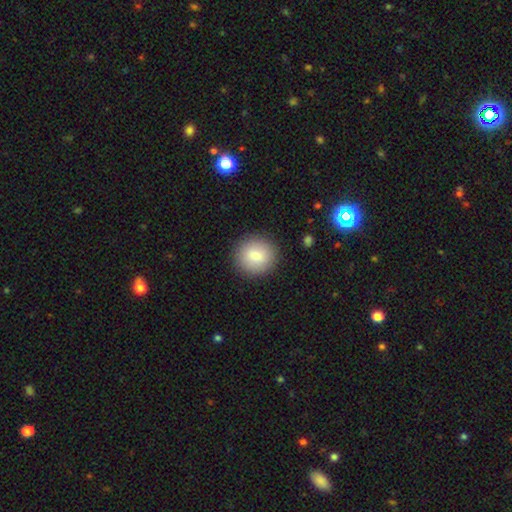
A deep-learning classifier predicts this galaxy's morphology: Smooth or featured: smooth — 80% (featured or disk — 12%)
How rounded: round — 90% (in between — 9%)
Merging: none — 90% (minor disturbance — 7%)